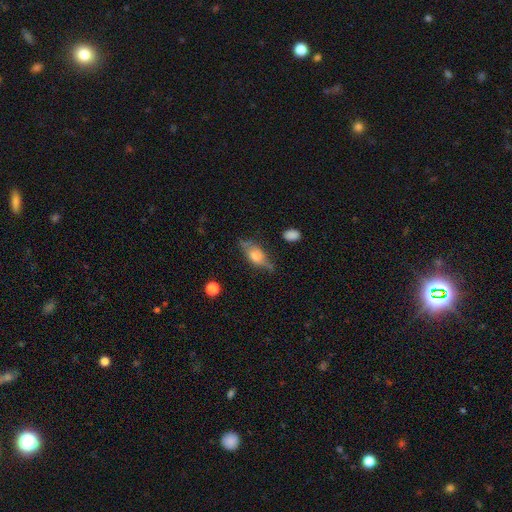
A featured or disk galaxy (55%) viewed edge-on (81%) with a rounded central bulge (65%). Merging: none (69%).